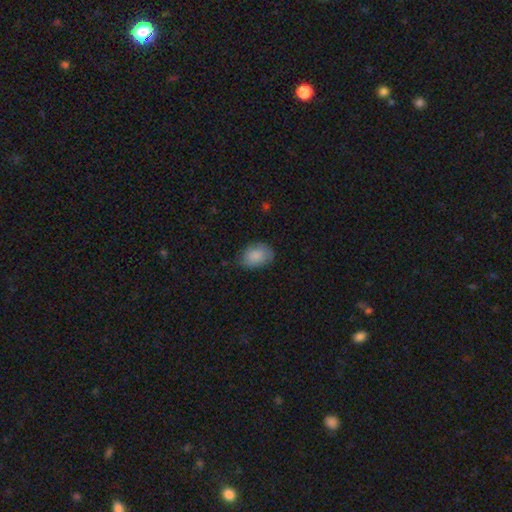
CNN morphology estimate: smooth_or_featured: smooth (p=0.86) [alt: star or artifact p=0.07]
how_rounded: in between (p=0.79) [alt: round p=0.20]
merging: none (p=0.69) [alt: minor disturbance p=0.25]